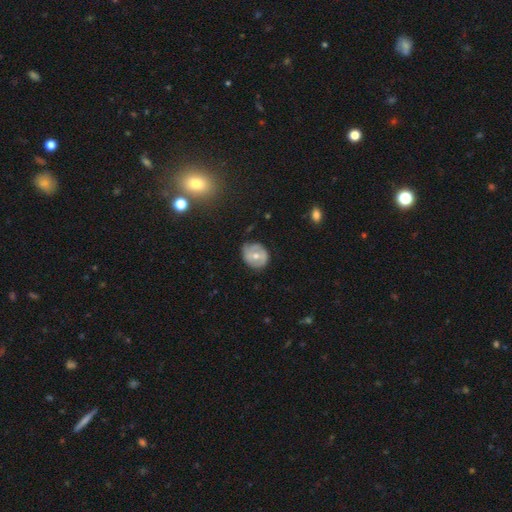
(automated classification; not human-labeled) Smooth or featured?
  - featured or disk: 50% *
  - smooth: 42%
  - star or artifact: 8%
Edge-on disk?
  - no: 95% *
  - yes: 5%
Merging?
  - none: 62% *
  - minor disturbance: 30%
  - major disturbance: 7%
  - merger: 2%